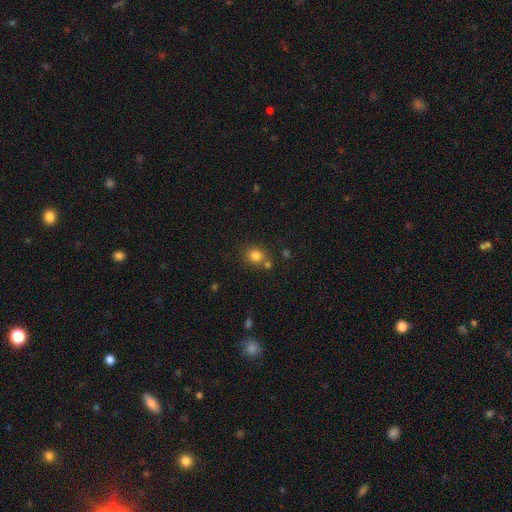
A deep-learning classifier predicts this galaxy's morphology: smooth-or-featured: smooth: 81% | star or artifact: 13% | featured or disk: 6%
  how-rounded: round: 77% | in between: 22% | cigar-shaped: 1%
  merging: none: 72% | merger: 14% | minor disturbance: 10% | major disturbance: 3%